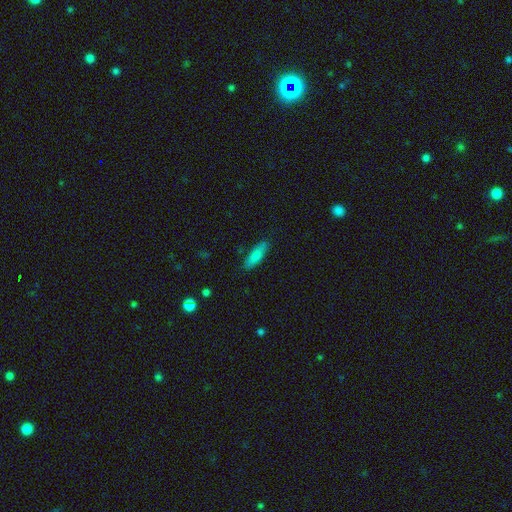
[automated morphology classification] smooth_or_featured: smooth (p=0.79) [alt: featured or disk p=0.14]
how_rounded: cigar-shaped (p=0.52) [alt: in between p=0.46]
merging: none (p=0.85) [alt: minor disturbance p=0.11]